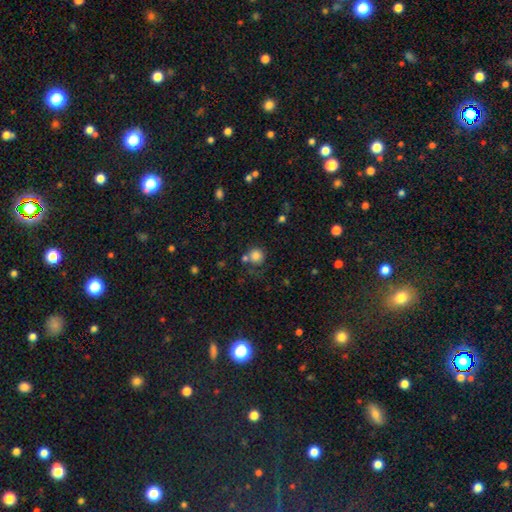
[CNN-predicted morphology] A smooth galaxy with no disk features (82%) that is round (91%). Merging: none (63%).